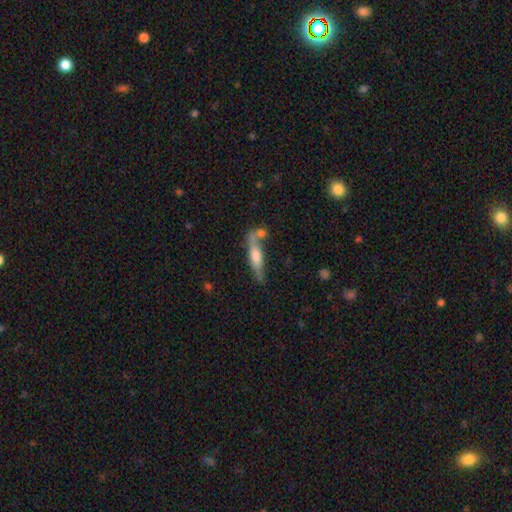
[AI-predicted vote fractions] Smooth or featured? featured or disk (48%)
Merging? none (56%)